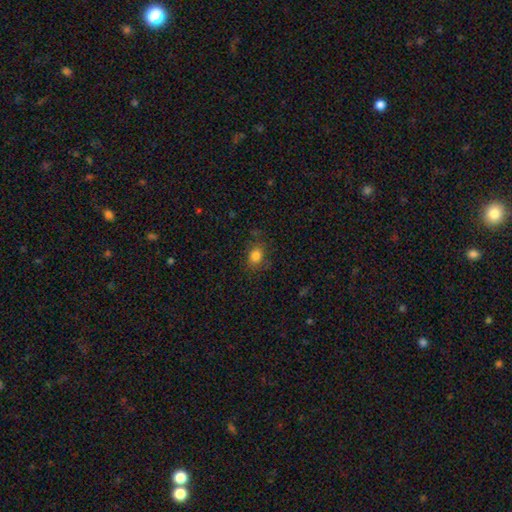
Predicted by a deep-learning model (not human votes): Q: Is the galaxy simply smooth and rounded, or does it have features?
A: smooth — 82%.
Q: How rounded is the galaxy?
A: in between — 60%.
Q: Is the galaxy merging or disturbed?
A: none — 78%.